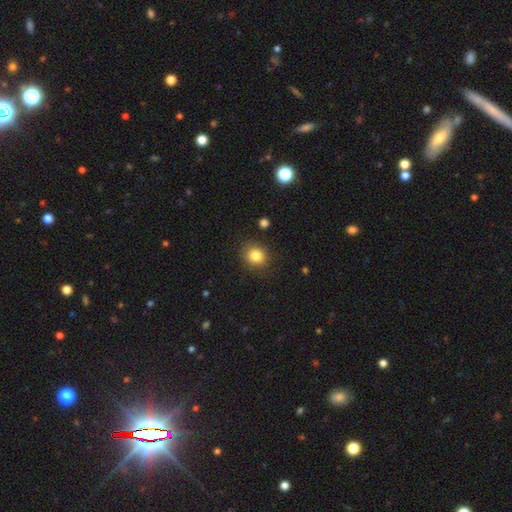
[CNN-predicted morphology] A smooth galaxy with no disk features (83%) that is round (79%).

Vote fractions:
- Smooth or featured? smooth: 83% / star or artifact: 11% / featured or disk: 6%
- How rounded? round: 79% / in between: 20% / cigar-shaped: 1%
- Merging? none: 87% / minor disturbance: 9% / major disturbance: 3% / merger: 2%